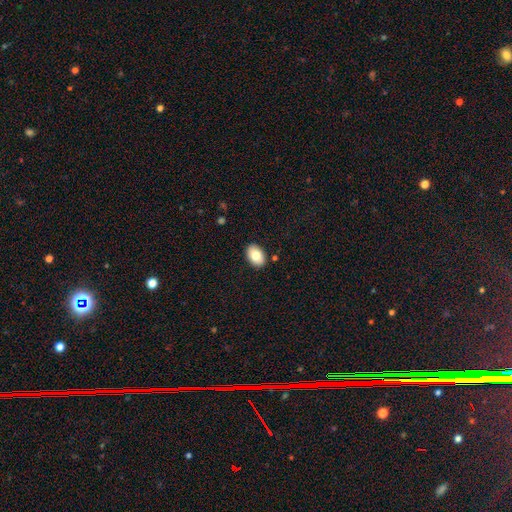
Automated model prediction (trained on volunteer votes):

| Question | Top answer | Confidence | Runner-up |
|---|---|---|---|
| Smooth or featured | smooth | 82% | featured or disk (11%) |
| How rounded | in between | 88% | round (11%) |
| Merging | none | 88% | minor disturbance (8%) |